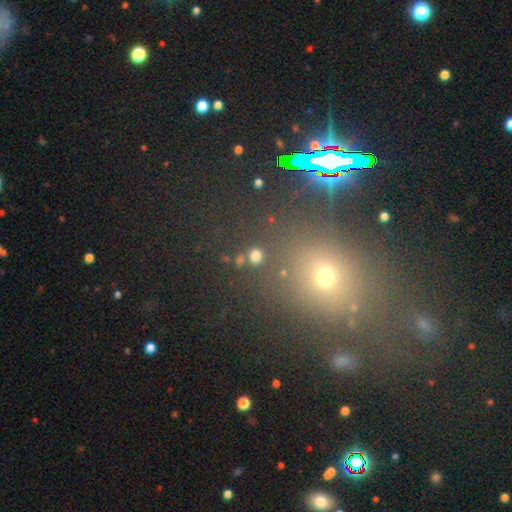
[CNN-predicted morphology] Smooth or featured? Predicted: smooth (p=0.76). How rounded? Predicted: round (p=0.84). Merging? Predicted: none (p=0.83).